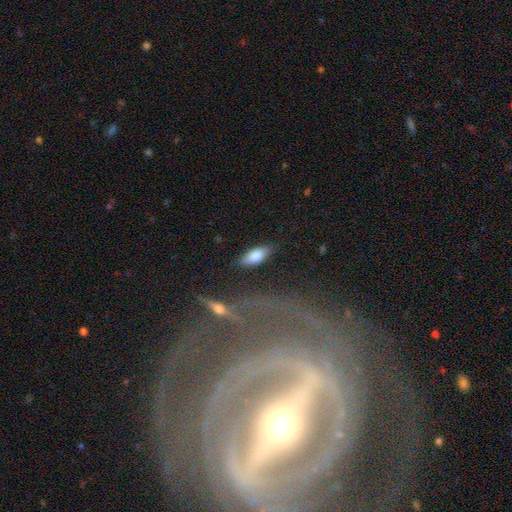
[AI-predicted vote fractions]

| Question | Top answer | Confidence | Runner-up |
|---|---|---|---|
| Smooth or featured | smooth | 77% | featured or disk (17%) |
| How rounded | in between | 77% | cigar-shaped (20%) |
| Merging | none | 82% | minor disturbance (13%) |